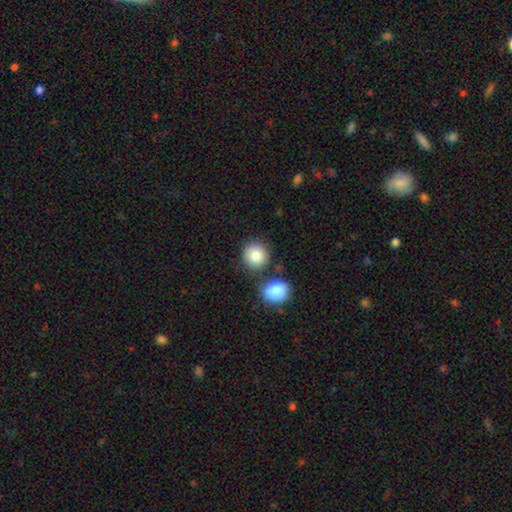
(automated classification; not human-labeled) smooth_or_featured: smooth (p=0.84) [alt: star or artifact p=0.08]
how_rounded: round (p=0.88) [alt: in between p=0.11]
merging: none (p=0.74) [alt: merger p=0.14]